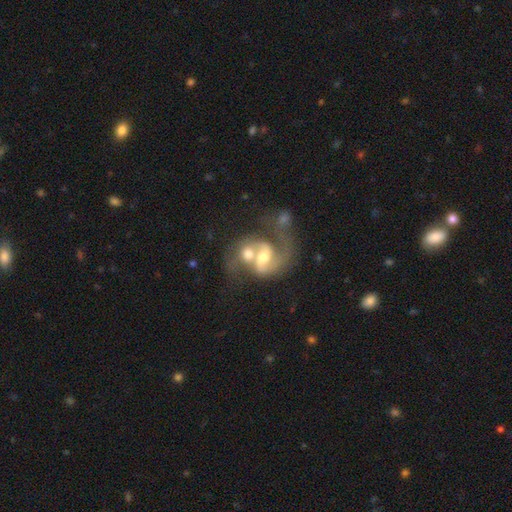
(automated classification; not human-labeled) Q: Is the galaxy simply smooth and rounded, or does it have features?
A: featured or disk — 80%.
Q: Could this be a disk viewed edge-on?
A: no — 97%.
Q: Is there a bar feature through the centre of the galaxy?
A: no — 42%.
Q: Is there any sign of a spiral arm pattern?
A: yes — 90%.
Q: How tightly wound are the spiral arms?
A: medium — 46%.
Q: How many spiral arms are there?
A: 2 — 68%.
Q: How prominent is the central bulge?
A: moderate — 62%.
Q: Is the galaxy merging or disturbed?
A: merger — 68%.